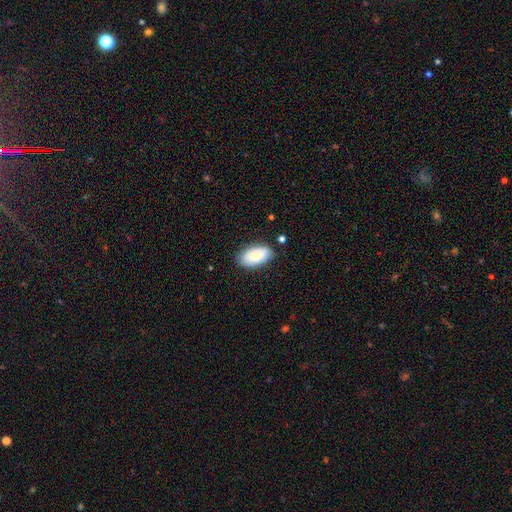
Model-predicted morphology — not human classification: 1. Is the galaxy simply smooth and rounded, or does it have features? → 86% smooth, 7% featured or disk, 6% star or artifact.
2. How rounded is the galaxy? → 95% in between, 3% cigar-shaped, 2% round.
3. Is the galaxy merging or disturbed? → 80% none, 15% minor disturbance, 3% major disturbance, 2% merger.